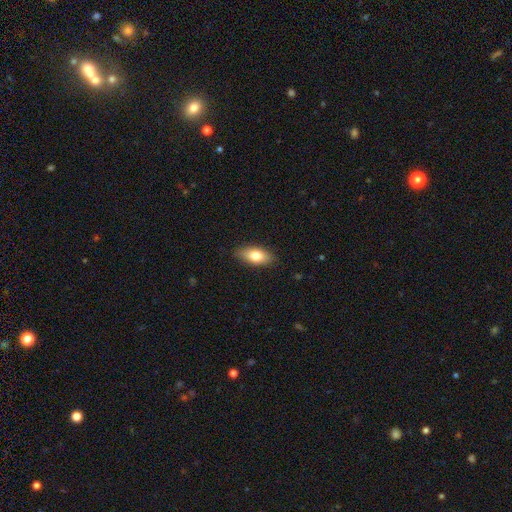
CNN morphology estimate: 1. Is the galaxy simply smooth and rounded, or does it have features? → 77% smooth, 16% featured or disk, 7% star or artifact.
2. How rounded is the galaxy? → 87% in between, 8% cigar-shaped, 5% round.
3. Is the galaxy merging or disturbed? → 86% none, 10% minor disturbance, 2% major disturbance, 1% merger.